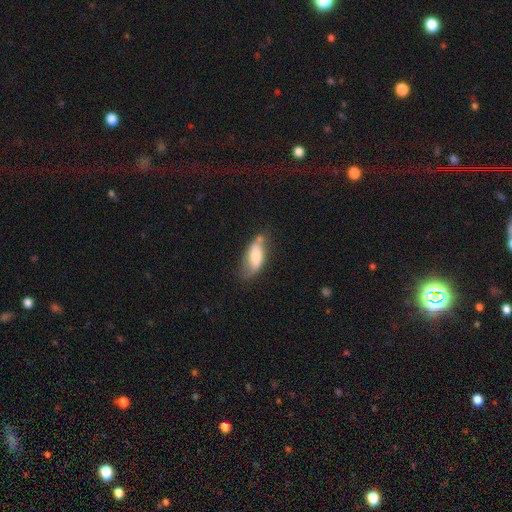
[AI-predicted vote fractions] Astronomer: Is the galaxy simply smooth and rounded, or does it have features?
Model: smooth — 60%.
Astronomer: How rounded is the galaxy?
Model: in between — 80%.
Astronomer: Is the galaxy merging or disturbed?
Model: none — 44% (runner-up: minor disturbance, 33%).